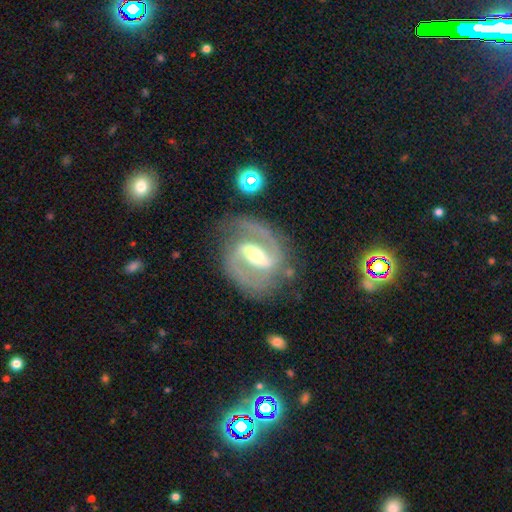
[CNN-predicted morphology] type=featured or disk (91%); edge-on=no (97%); bar=strong (58%); spiral arms=yes (97%); winding=medium (61%); arm count=2 (92%); bulge=moderate (56%); merging=none (76%).